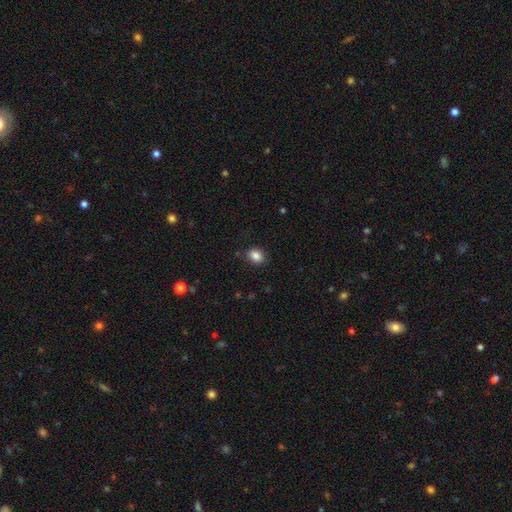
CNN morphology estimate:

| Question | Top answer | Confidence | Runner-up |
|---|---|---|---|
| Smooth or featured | smooth | 86% | star or artifact (10%) |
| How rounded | in between | 55% | round (44%) |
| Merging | none | 85% | minor disturbance (11%) |